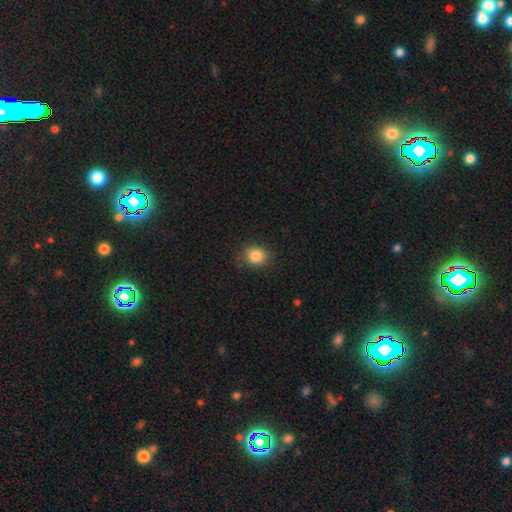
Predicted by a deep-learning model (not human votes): Morphology: type=smooth (84%); roundness=round (68%); merging=none (86%).